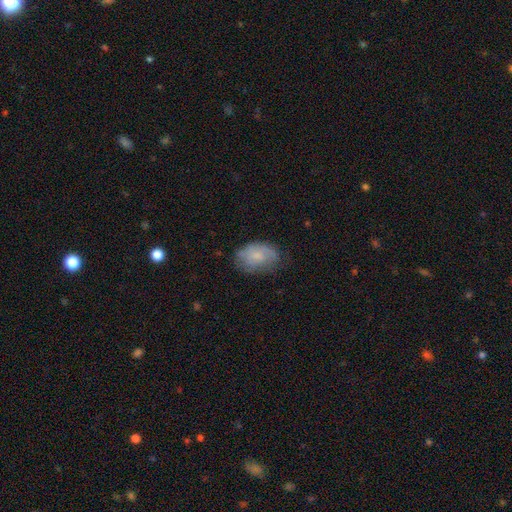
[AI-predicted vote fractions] Smooth or featured? Predicted: smooth (p=0.60). How rounded? Predicted: in between (p=0.85). Merging? Predicted: none (p=0.61).